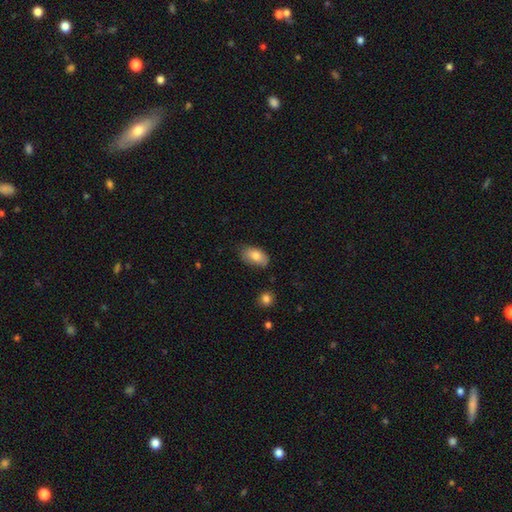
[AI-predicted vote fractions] Morphology: type=smooth (81%); roundness=in between (93%); merging=none (72%).